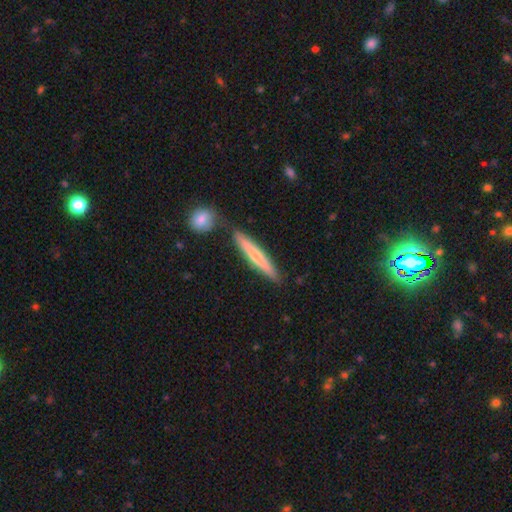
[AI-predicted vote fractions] Overall: featured or disk (48%; smooth 41%). Merging: none (83%).